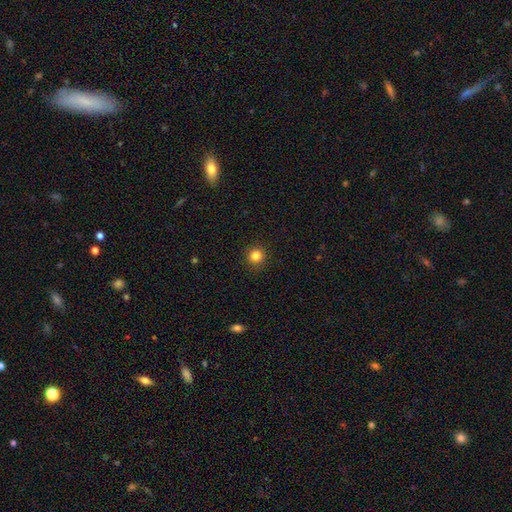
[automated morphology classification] A smooth galaxy with no disk features (83%) that is round (94%). Merging: none (92%).